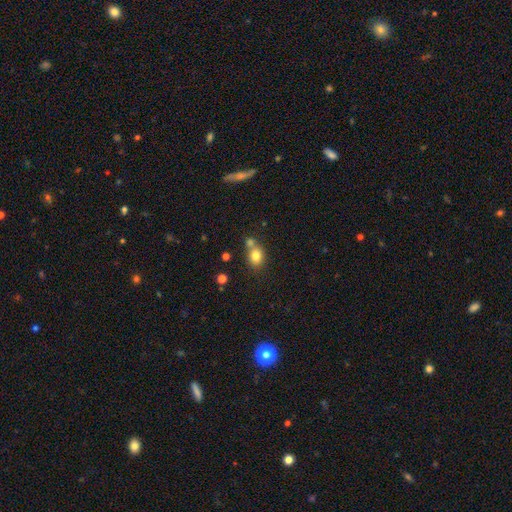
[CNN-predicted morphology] smooth-or-featured: smooth: 79% | star or artifact: 11% | featured or disk: 10%
  how-rounded: round: 55% | in between: 43% | cigar-shaped: 1%
  merging: none: 49% | merger: 36% | minor disturbance: 11% | major disturbance: 4%